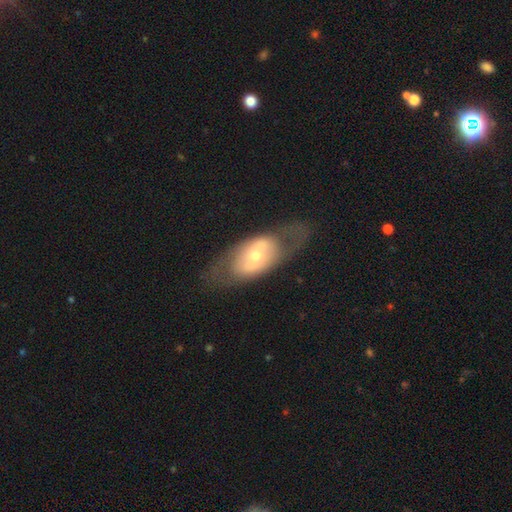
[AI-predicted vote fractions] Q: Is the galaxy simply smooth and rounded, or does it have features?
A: featured or disk — 55%.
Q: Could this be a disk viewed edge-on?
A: no — 86%.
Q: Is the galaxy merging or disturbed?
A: none — 66%.